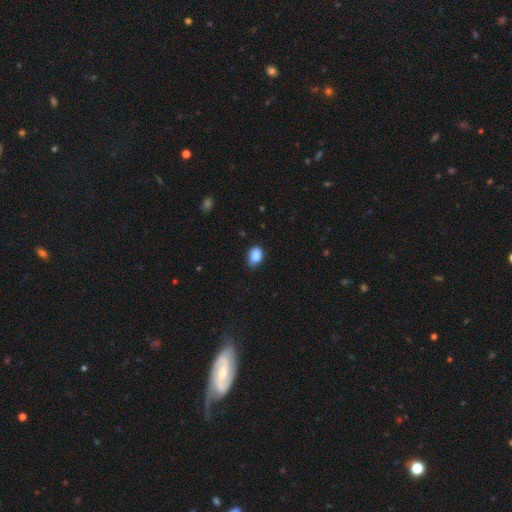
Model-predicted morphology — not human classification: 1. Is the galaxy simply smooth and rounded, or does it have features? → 86% smooth, 8% star or artifact, 5% featured or disk.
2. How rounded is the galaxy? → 77% in between, 21% round, 1% cigar-shaped.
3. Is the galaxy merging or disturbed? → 64% none, 30% minor disturbance, 5% major disturbance, 1% merger.